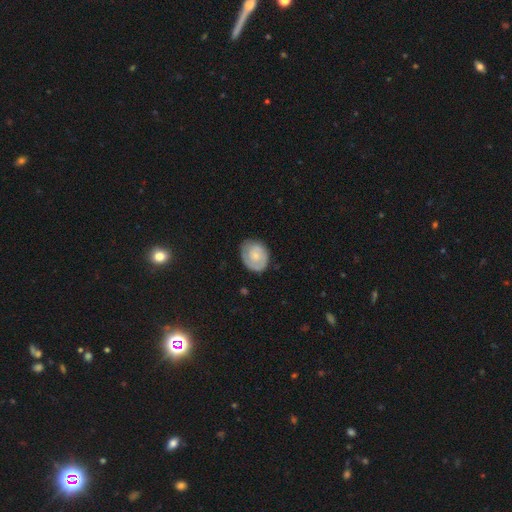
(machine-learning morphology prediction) Smooth or featured?
  - featured or disk: 51% *
  - smooth: 43%
  - star or artifact: 6%
Edge-on disk?
  - no: 97% *
  - yes: 3%
Merging?
  - none: 71% *
  - minor disturbance: 21%
  - major disturbance: 7%
  - merger: 1%